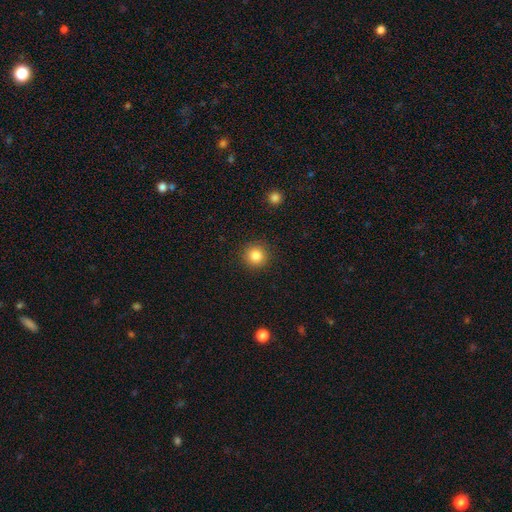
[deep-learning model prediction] smooth 84%, star or artifact 11%, featured or disk 5%. Down the decision tree: how rounded — round (94%); merging — none (91%).